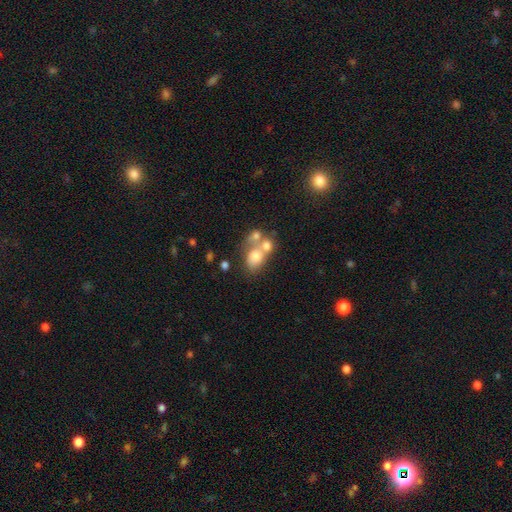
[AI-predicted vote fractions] smooth-or-featured: smooth: 64% | featured or disk: 24% | star or artifact: 12%
  how-rounded: in between: 56% | round: 43% | cigar-shaped: 1%
  merging: merger: 59% | none: 23% | minor disturbance: 10% | major disturbance: 9%